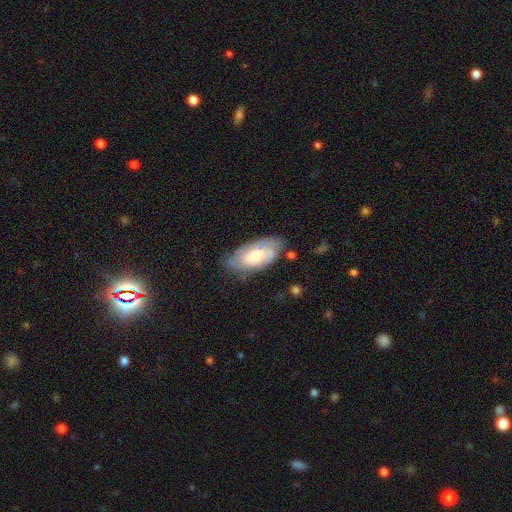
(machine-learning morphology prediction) type=smooth (52%); roundness=in between (92%); merging=none (65%).